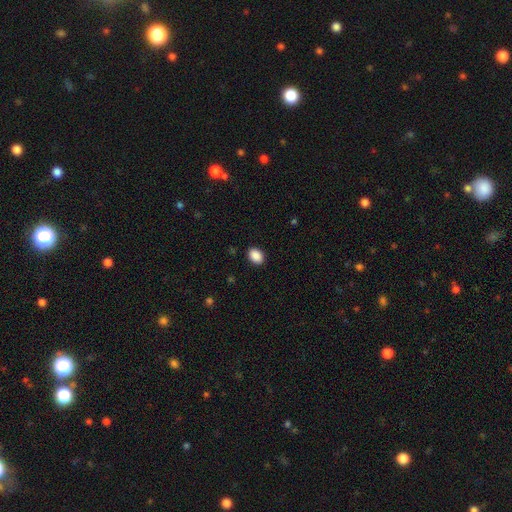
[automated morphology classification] type=smooth (89%); roundness=in between (72%); merging=none (90%).